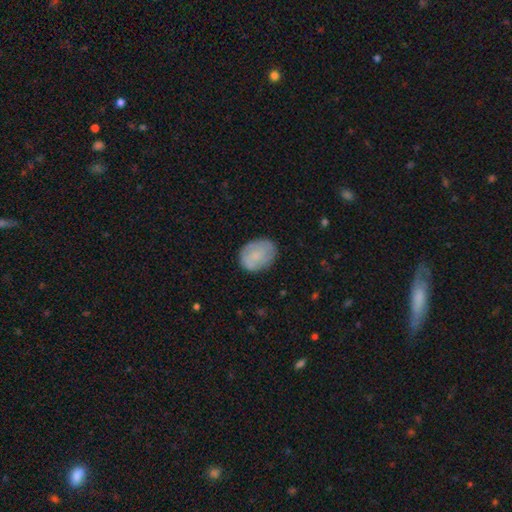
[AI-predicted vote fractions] Q: Smooth or featured?
A: smooth (68%); runner-up: featured or disk (26%)
Q: How rounded?
A: in between (63%); runner-up: round (36%)
Q: Merging?
A: none (79%); runner-up: minor disturbance (16%)